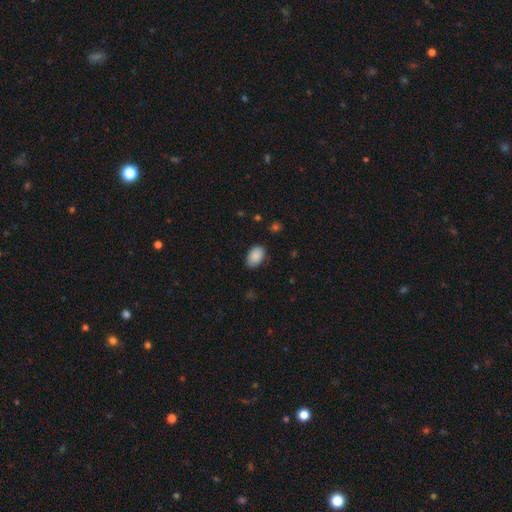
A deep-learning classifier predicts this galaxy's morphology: Smooth or featured: smooth — 88% (star or artifact — 7%)
How rounded: in between — 88% (round — 11%)
Merging: none — 78% (minor disturbance — 17%)